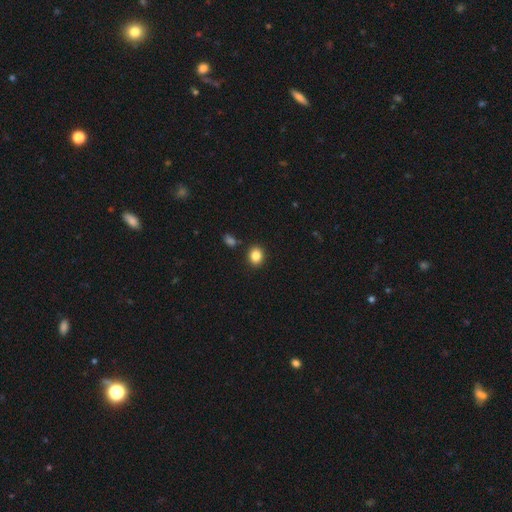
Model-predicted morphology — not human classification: smooth-or-featured: smooth: 85% | star or artifact: 10% | featured or disk: 5%
  how-rounded: round: 65% | in between: 34% | cigar-shaped: 1%
  merging: none: 87% | minor disturbance: 7% | merger: 3% | major disturbance: 2%